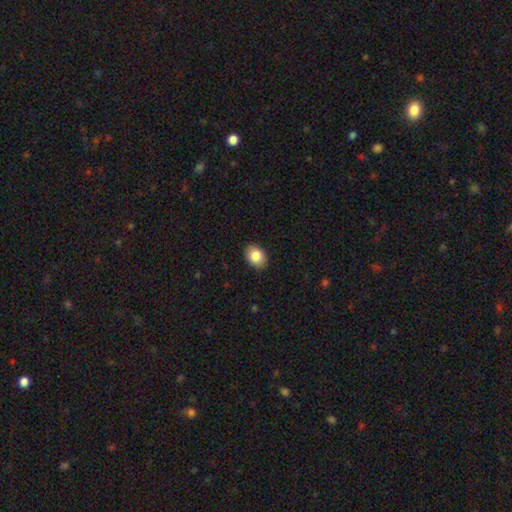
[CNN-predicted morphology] Smooth or featured: smooth — 85% (featured or disk — 8%)
How rounded: in between — 74% (round — 25%)
Merging: none — 89% (minor disturbance — 9%)